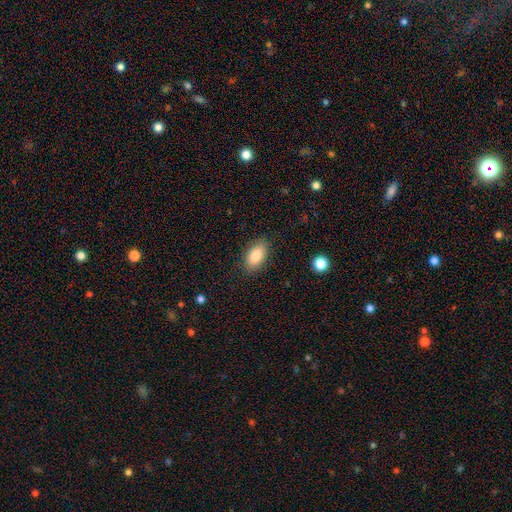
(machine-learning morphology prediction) Smooth or featured? Predicted: smooth (p=0.86). How rounded? Predicted: in between (p=0.93). Merging? Predicted: none (p=0.86).